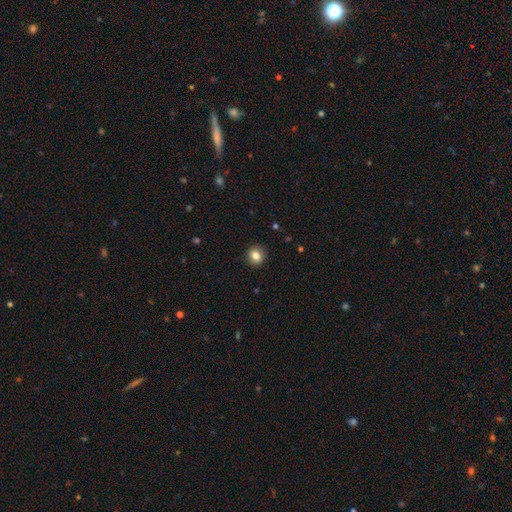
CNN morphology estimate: The model was most divided on "how rounded": round: 83%, in between: 16%, cigar-shaped: 1%. More confident: merging — none (91%); smooth or featured — smooth (82%).